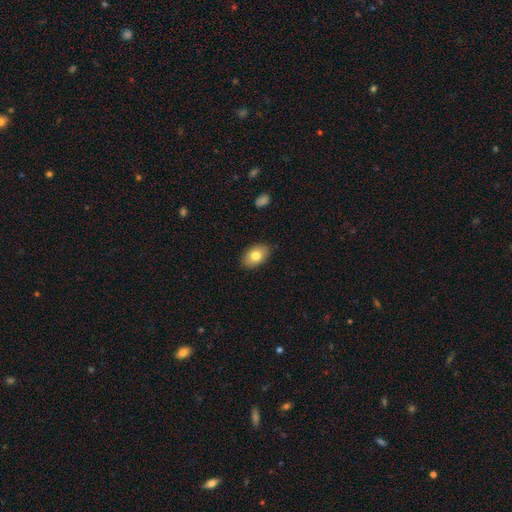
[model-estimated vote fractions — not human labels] Morphology: type=smooth (78%); roundness=in between (89%); merging=none (87%).